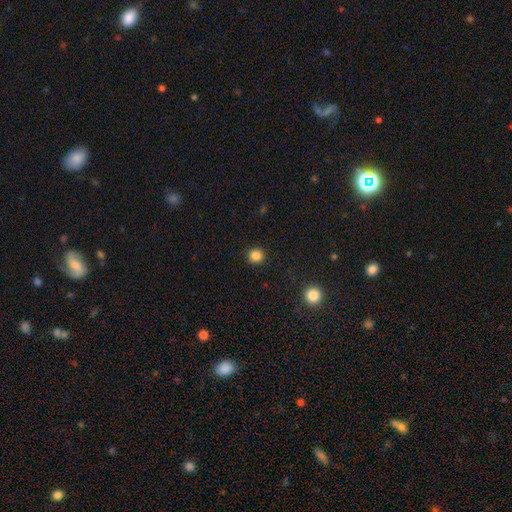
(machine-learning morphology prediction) Smooth or featured? Predicted: smooth (p=0.85). How rounded? Predicted: round (p=0.94). Merging? Predicted: none (p=0.93).